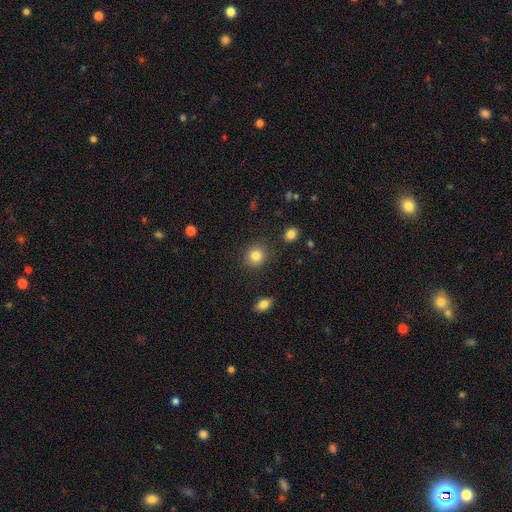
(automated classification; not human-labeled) Smooth or featured: smooth — 83% (star or artifact — 10%)
How rounded: round — 86% (in between — 13%)
Merging: none — 87% (minor disturbance — 8%)